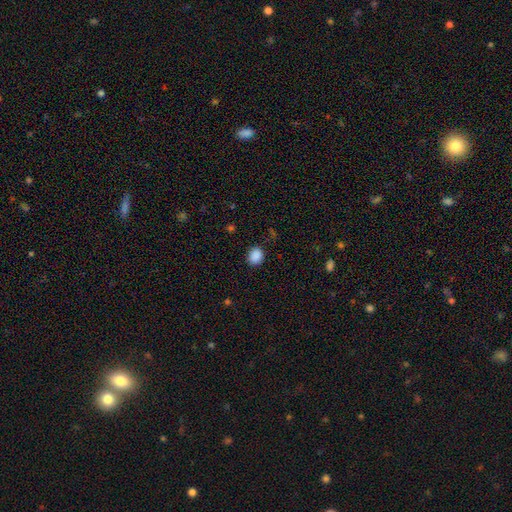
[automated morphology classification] This is clearly a smooth galaxy (88%). How rounded: likely round (67%). Merging: clearly none (88%).